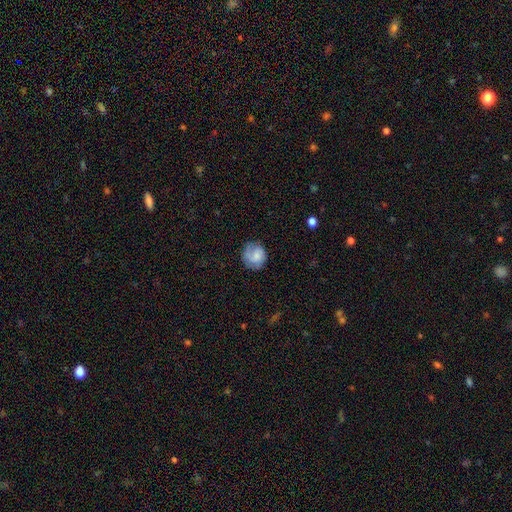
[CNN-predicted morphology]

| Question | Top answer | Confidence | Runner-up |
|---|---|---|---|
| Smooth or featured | smooth | 58% | featured or disk (34%) |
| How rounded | round | 80% | in between (19%) |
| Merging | none | 66% | minor disturbance (22%) |